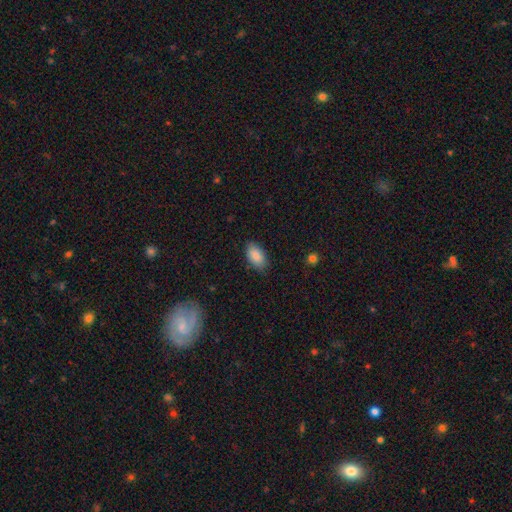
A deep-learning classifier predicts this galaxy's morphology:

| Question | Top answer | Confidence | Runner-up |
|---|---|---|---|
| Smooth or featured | smooth | 88% | star or artifact (7%) |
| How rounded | in between | 94% | round (4%) |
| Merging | none | 83% | minor disturbance (13%) |